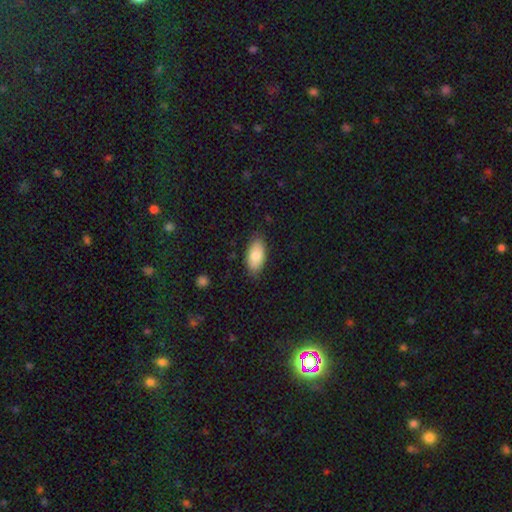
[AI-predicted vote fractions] This is clearly a smooth galaxy (81%). How rounded: clearly in between (93%). Merging: clearly none (82%).